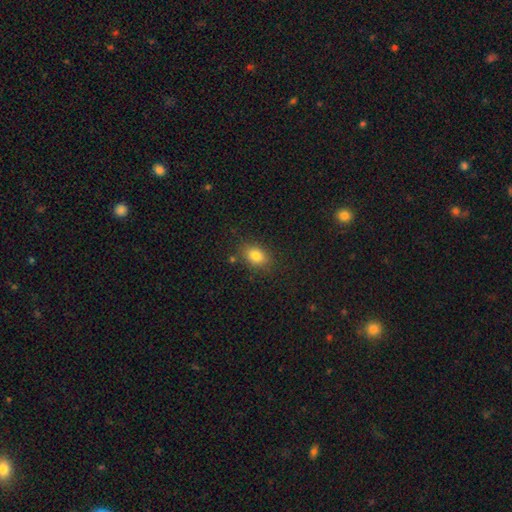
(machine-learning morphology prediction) The model was most divided on "how rounded": in between: 77%, round: 22%, cigar-shaped: 2%. More confident: smooth or featured — smooth (82%); merging — none (82%).